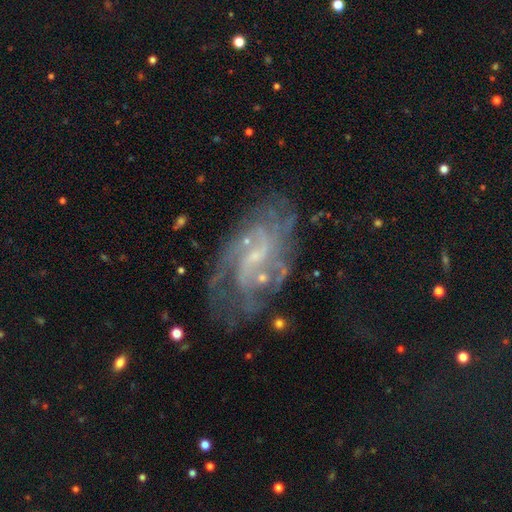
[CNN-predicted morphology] The model was most divided on "spiral winding": medium: 41%, tight: 37%, loose: 22%. Remaining: edge-on disk — no (96%); spiral arms — yes (86%); smooth or featured — featured or disk (83%); bulge size — small (69%); merging — none (60%); bar — weak (48%); spiral arm count — can't tell (42%).